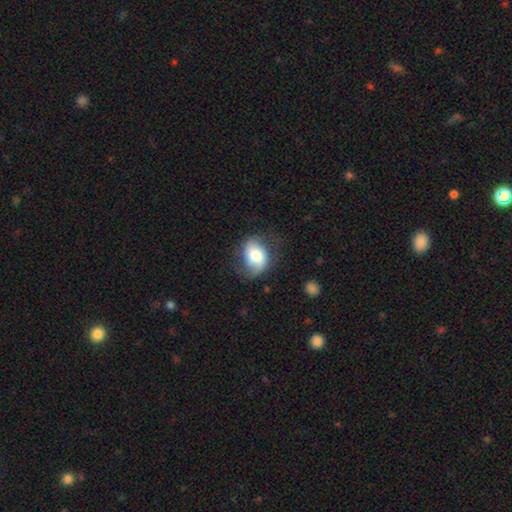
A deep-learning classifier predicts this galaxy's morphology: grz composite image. It shows a smooth galaxy with no disk features (48%). Merging: none (58%).